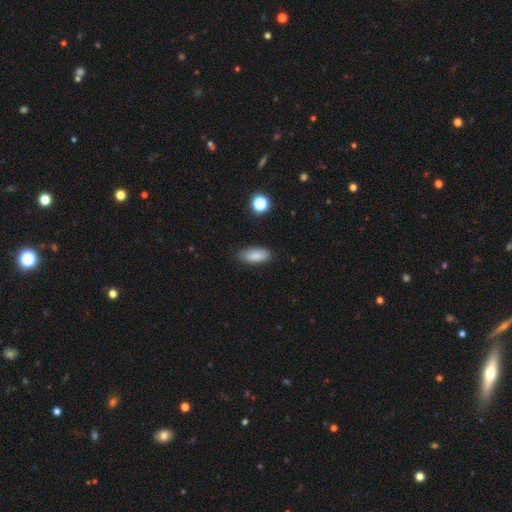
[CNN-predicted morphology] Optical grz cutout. It shows a smooth galaxy with no disk features (86%) that is in between round and cigar-shaped (79%). Merging: none (85%).